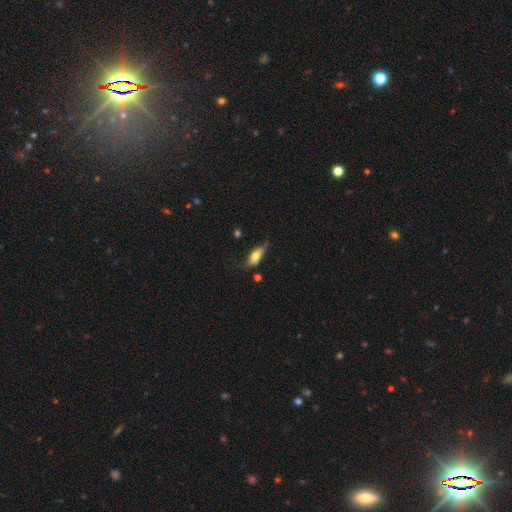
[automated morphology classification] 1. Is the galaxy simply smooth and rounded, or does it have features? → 61% smooth, 32% featured or disk, 7% star or artifact.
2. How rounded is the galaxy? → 63% in between, 34% cigar-shaped, 3% round.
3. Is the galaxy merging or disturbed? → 57% none, 30% minor disturbance, 10% major disturbance, 4% merger.